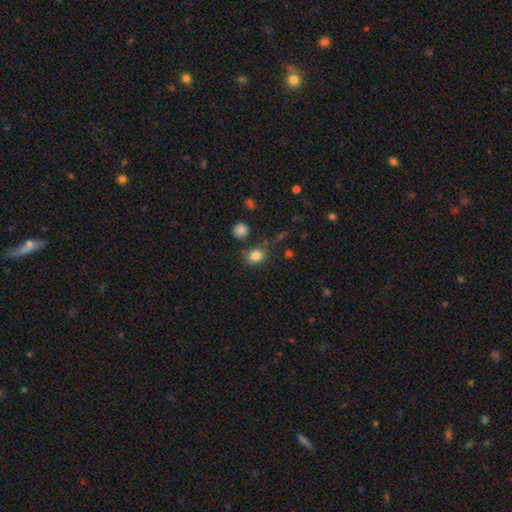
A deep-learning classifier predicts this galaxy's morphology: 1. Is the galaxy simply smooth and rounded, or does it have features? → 83% smooth, 11% star or artifact, 6% featured or disk.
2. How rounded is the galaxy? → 59% round, 40% in between, 1% cigar-shaped.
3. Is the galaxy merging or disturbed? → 75% none, 13% minor disturbance, 7% merger, 4% major disturbance.